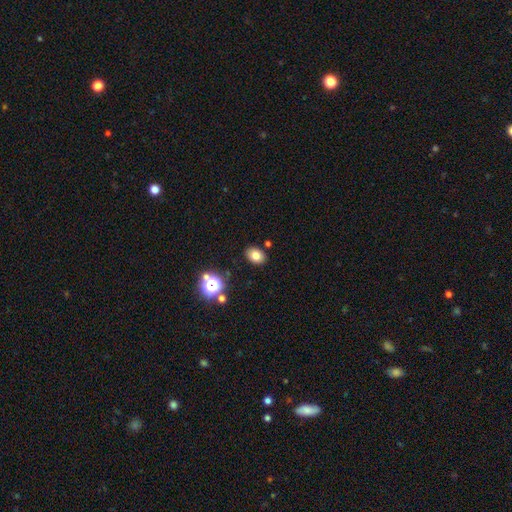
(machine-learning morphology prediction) smooth 78%, star or artifact 13%, featured or disk 9%. Down the decision tree: how rounded — in between (73%); merging — none (86%).